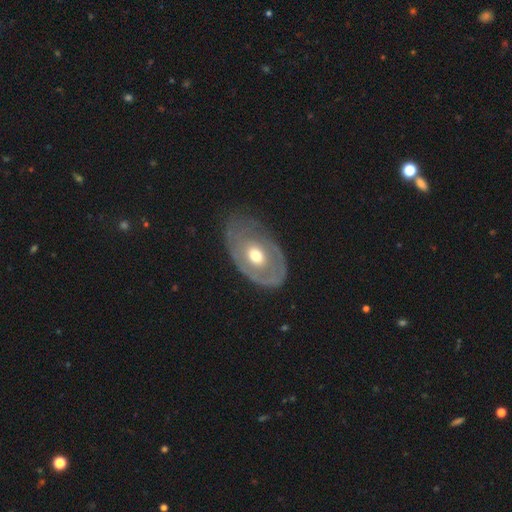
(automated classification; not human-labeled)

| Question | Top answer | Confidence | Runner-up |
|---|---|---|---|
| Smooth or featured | featured or disk | 64% | smooth (31%) |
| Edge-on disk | no | 92% | yes (8%) |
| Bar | no | 84% | weak (13%) |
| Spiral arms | no | 56% | yes (44%) |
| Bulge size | moderate | 74% | large (14%) |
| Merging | none | 63% | minor disturbance (25%) |